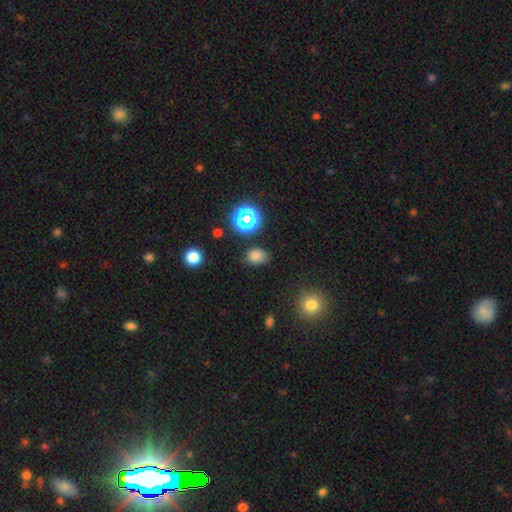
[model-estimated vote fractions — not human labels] smooth 72%, star or artifact 21%, featured or disk 6%. Down the decision tree: how rounded — in between (71%); merging — none (77%).